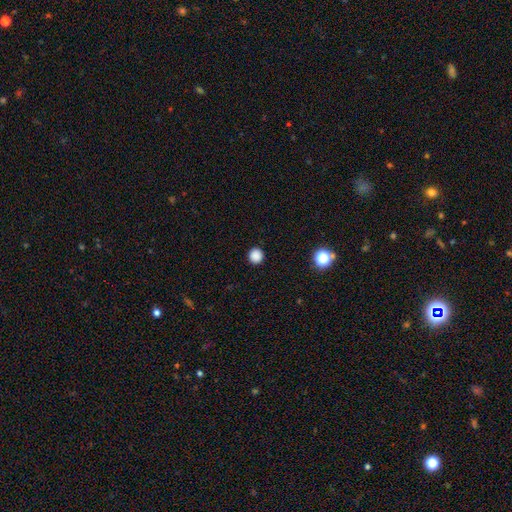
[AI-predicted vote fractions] Smooth or featured? smooth (86%)
How rounded? round (95%)
Merging? none (93%)